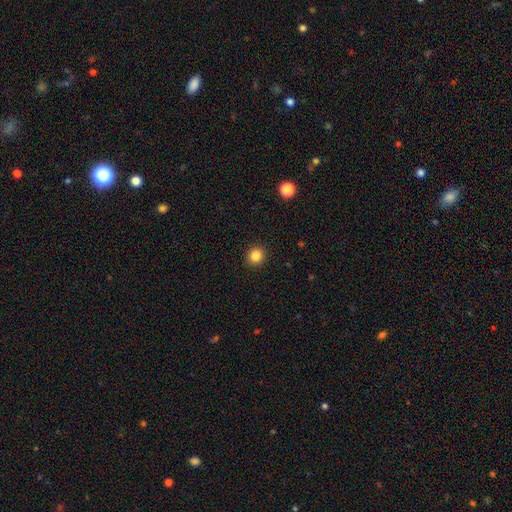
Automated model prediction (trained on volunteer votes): smooth_or_featured: smooth (p=0.84) [alt: star or artifact p=0.11]
how_rounded: round (p=0.88) [alt: in between p=0.11]
merging: none (p=0.92) [alt: minor disturbance p=0.05]